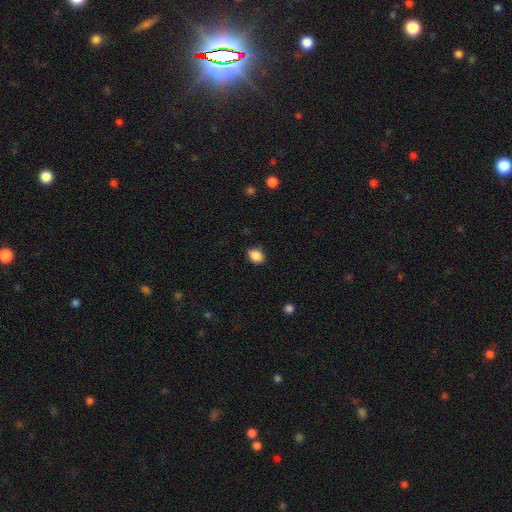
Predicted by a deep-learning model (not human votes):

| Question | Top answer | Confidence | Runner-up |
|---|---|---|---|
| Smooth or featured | smooth | 88% | star or artifact (8%) |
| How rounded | in between | 59% | round (40%) |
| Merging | none | 88% | minor disturbance (9%) |